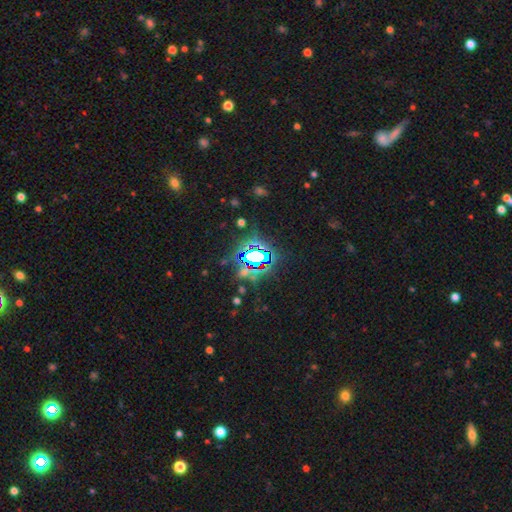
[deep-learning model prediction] Morphology: type=star or artifact (73%).